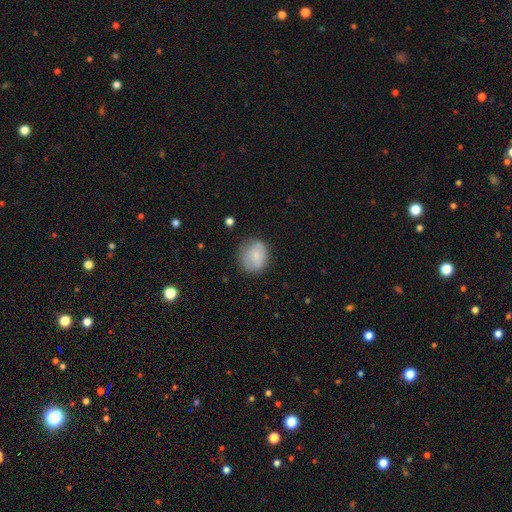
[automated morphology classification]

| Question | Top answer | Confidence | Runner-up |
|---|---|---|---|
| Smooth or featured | smooth | 74% | featured or disk (18%) |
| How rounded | round | 74% | in between (25%) |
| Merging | none | 71% | minor disturbance (21%) |